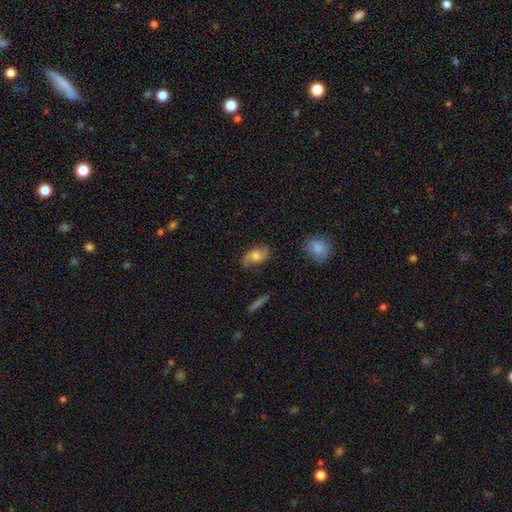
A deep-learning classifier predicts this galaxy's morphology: The model was most divided on "smooth or featured": featured or disk: 56%, smooth: 37%, star or artifact: 8%. More confident: edge-on disk — no (94%); spiral arms — yes (91%); merging — none (76%); bar — no (65%); bulge size — moderate (54%).